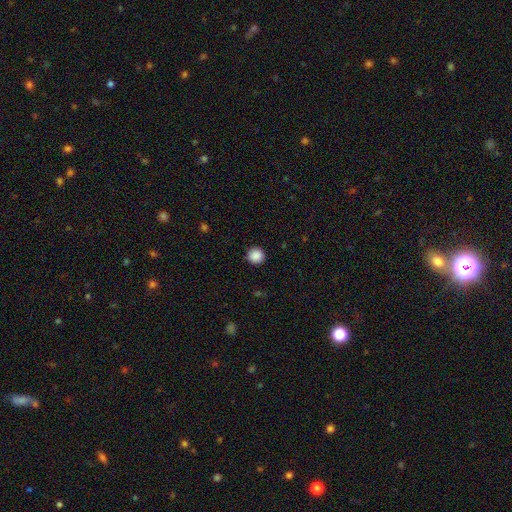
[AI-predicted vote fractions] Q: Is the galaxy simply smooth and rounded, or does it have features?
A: smooth — 88%.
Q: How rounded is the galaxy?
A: round — 95%.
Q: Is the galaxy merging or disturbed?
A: none — 91%.